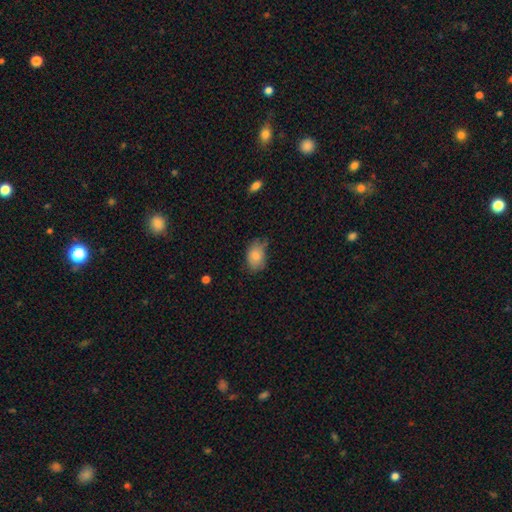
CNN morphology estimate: Q: Smooth or featured?
A: smooth (84%); runner-up: featured or disk (9%)
Q: How rounded?
A: in between (83%); runner-up: round (16%)
Q: Merging?
A: none (59%); runner-up: minor disturbance (31%)